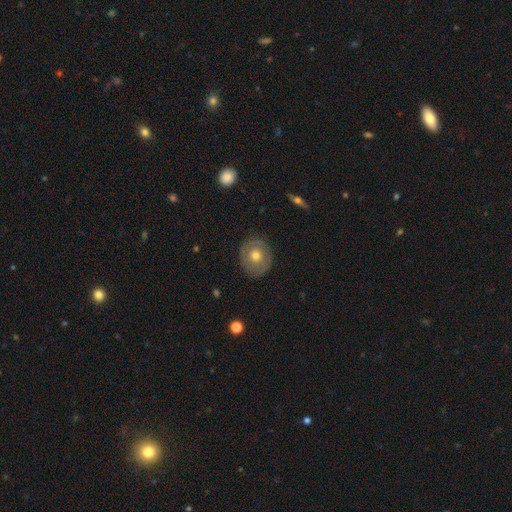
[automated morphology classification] Smooth or featured? Predicted: smooth (p=0.47). Merging? Predicted: none (p=0.86).